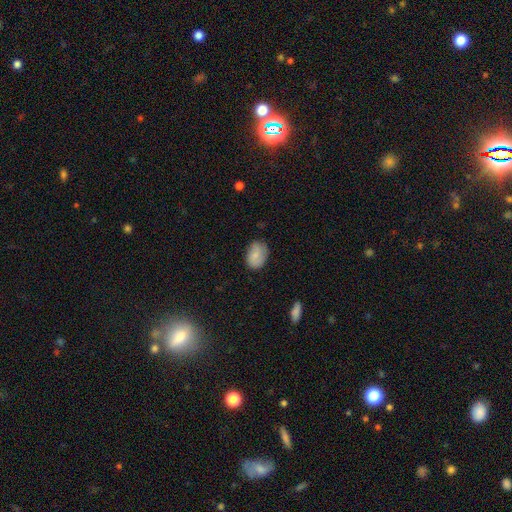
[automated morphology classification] Q: Smooth or featured?
A: smooth (76%); runner-up: featured or disk (16%)
Q: How rounded?
A: in between (80%); runner-up: round (19%)
Q: Merging?
A: none (74%); runner-up: minor disturbance (21%)